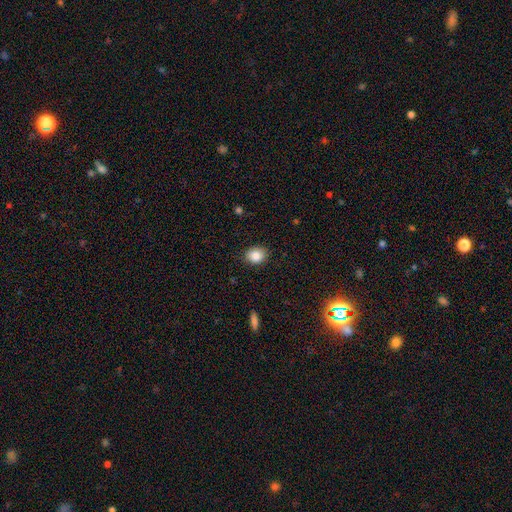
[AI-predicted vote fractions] smooth-or-featured: smooth: 85% | star or artifact: 9% | featured or disk: 6%
  how-rounded: round: 50% | in between: 49% | cigar-shaped: 1%
  merging: none: 87% | minor disturbance: 10% | major disturbance: 2% | merger: 1%